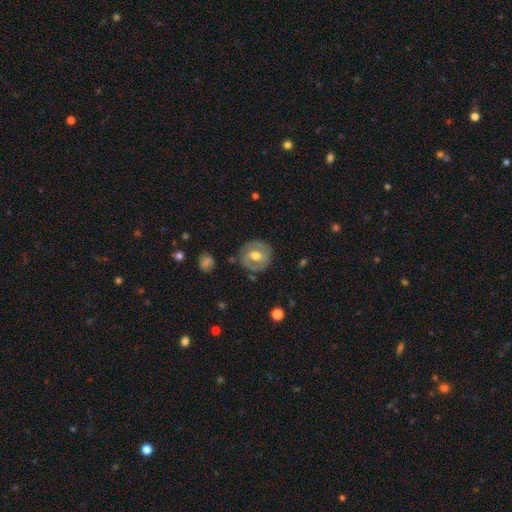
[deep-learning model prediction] A featured or disk galaxy (62%) with a weak bar (45%), spiral arms (63%) and a moderate central bulge (75%).

Vote fractions:
- Smooth or featured? featured or disk: 62% / smooth: 32% / star or artifact: 6%
- Edge-on disk? no: 96% / yes: 4%
- Bar? weak: 45% / no: 31% / strong: 24%
- Spiral arms? yes: 63% / no: 37%
- Bulge size? moderate: 75% / small: 16% / large: 7% / none: 1% / dominant: 1%
- Merging? none: 79% / minor disturbance: 14% / major disturbance: 5% / merger: 2%